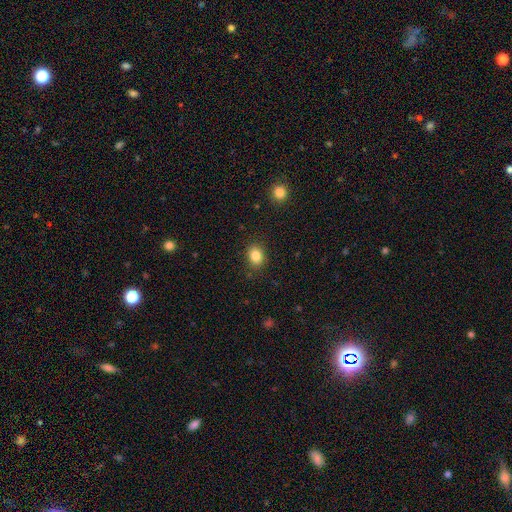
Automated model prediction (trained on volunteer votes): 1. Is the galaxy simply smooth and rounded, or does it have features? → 84% smooth, 10% star or artifact, 5% featured or disk.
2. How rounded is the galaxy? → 60% in between, 39% round, 1% cigar-shaped.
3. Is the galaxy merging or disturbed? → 86% none, 10% minor disturbance, 3% major disturbance, 1% merger.